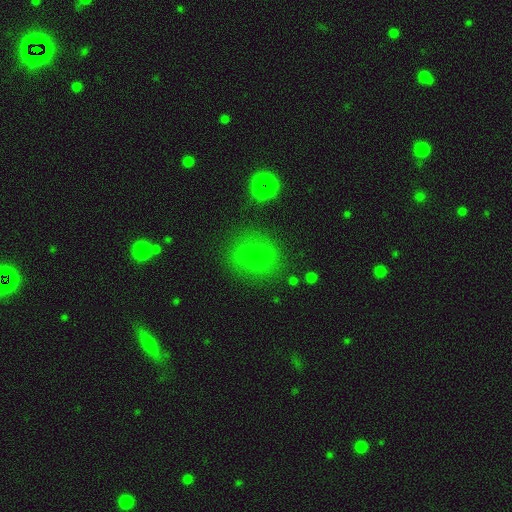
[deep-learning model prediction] Smooth or featured? Predicted: smooth (p=0.53). How rounded? Predicted: round (p=0.50). Merging? Predicted: none (p=0.78).